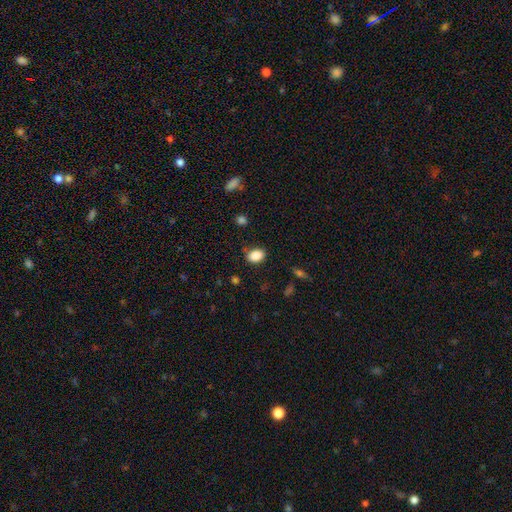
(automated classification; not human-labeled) Smooth or featured: smooth — 86% (star or artifact — 9%)
How rounded: in between — 75% (round — 23%)
Merging: none — 79% (minor disturbance — 15%)